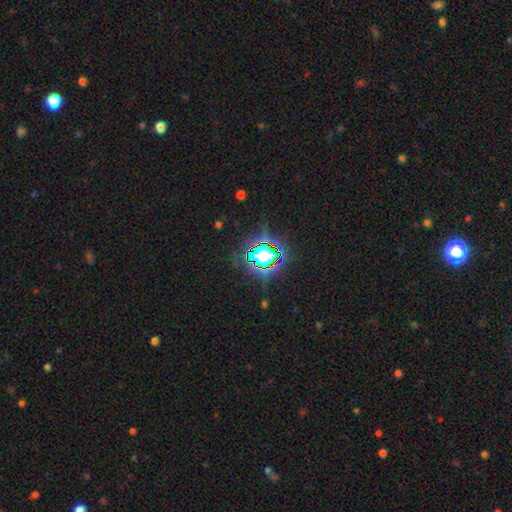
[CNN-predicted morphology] Smooth or featured: star or artifact — 80% (smooth — 12%)